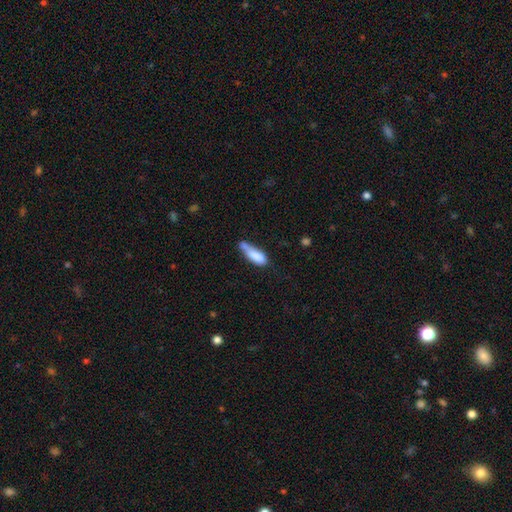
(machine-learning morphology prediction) Smooth or featured? smooth (77%)
How rounded? in between (49%, tied with cigar-shaped)
Merging? none (31%)